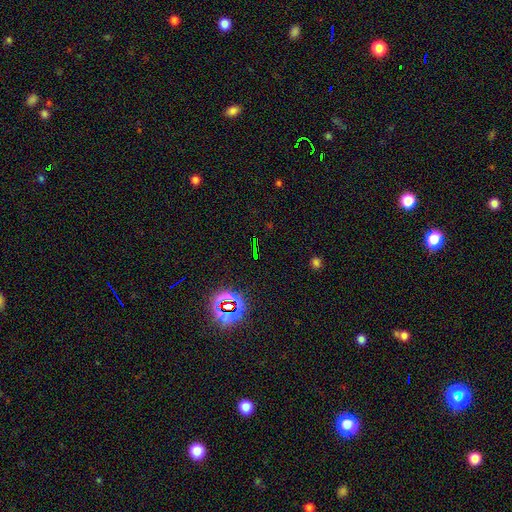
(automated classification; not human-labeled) A star or artifact, not a galaxy (77%).

Vote fractions:
- Smooth or featured? star or artifact: 77% / smooth: 13% / featured or disk: 9%